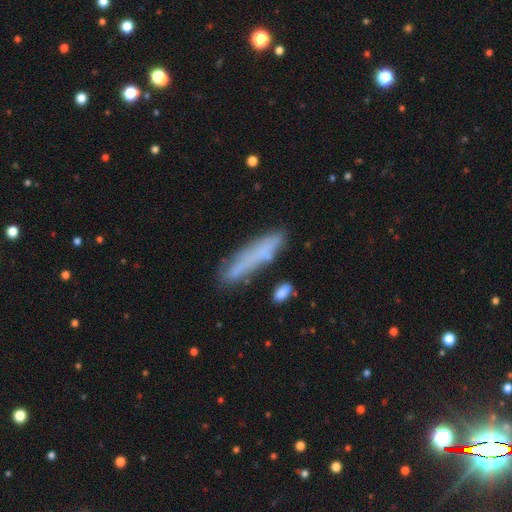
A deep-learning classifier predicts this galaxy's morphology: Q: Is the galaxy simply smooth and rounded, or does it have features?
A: smooth — 62%.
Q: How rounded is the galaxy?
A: cigar-shaped — 86%.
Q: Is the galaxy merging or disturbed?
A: none — 70%.